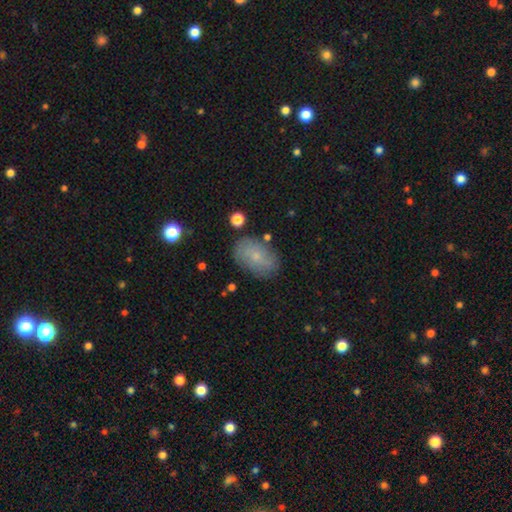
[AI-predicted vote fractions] A smooth galaxy with no disk features (66%) that is in between round and cigar-shaped (88%). Merging: none (77%).